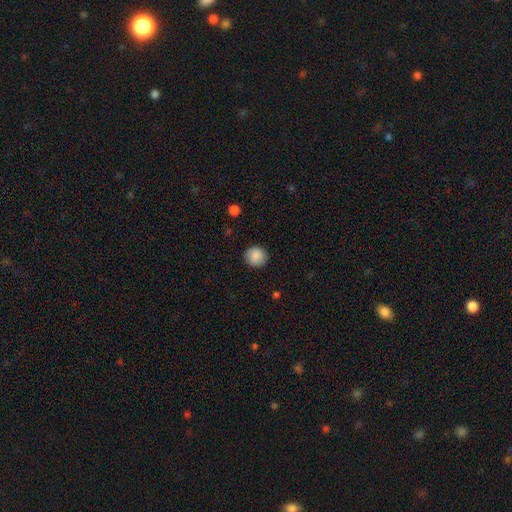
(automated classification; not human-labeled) Smooth or featured: smooth — 87% (star or artifact — 8%)
How rounded: round — 92% (in between — 7%)
Merging: none — 90% (minor disturbance — 7%)